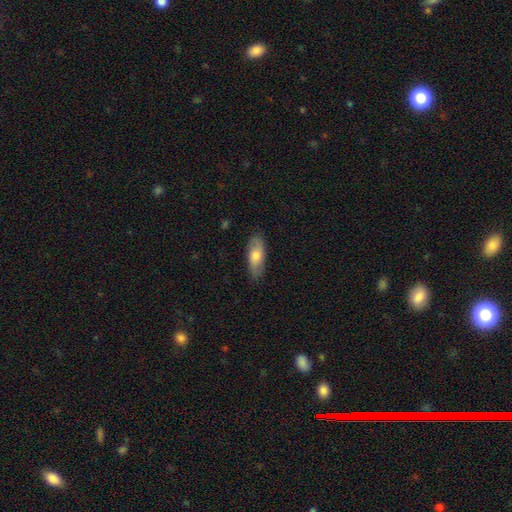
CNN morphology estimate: Overall: smooth (69%). How rounded: in between (76%). Merging: none (83%).